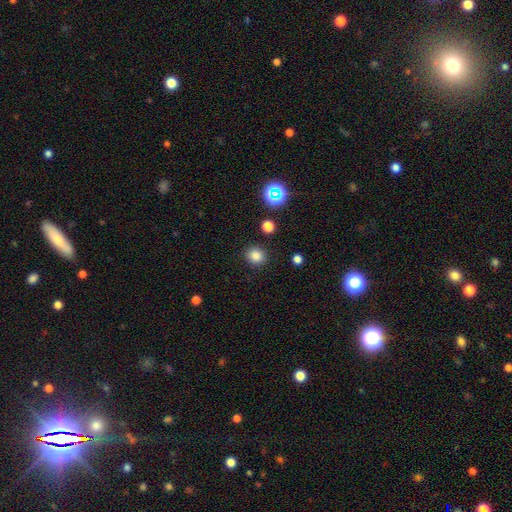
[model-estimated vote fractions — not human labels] smooth-or-featured: smooth: 82% | star or artifact: 13% | featured or disk: 4%
  how-rounded: round: 83% | in between: 16% | cigar-shaped: 1%
  merging: none: 89% | minor disturbance: 6% | major disturbance: 2% | merger: 2%